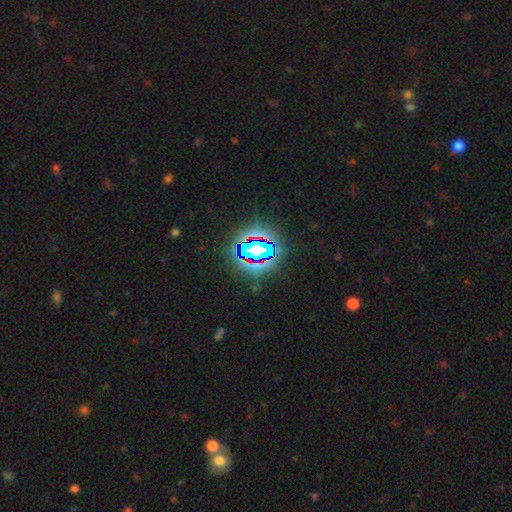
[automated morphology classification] Smooth or featured?
  - star or artifact: 79% *
  - smooth: 12%
  - featured or disk: 9%